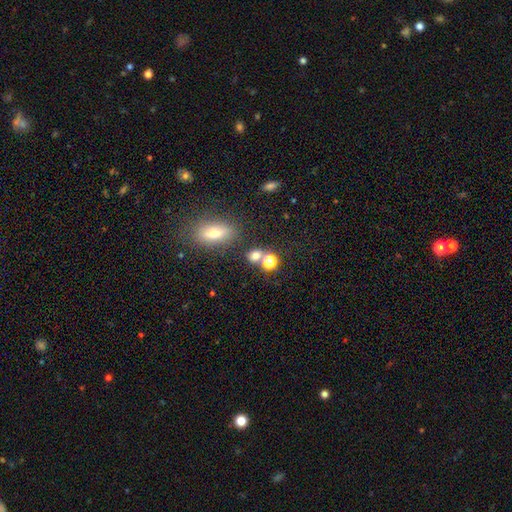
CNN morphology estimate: This is likely a smooth galaxy (70%). How rounded: likely round (62%). Merging: possibly none (59%).